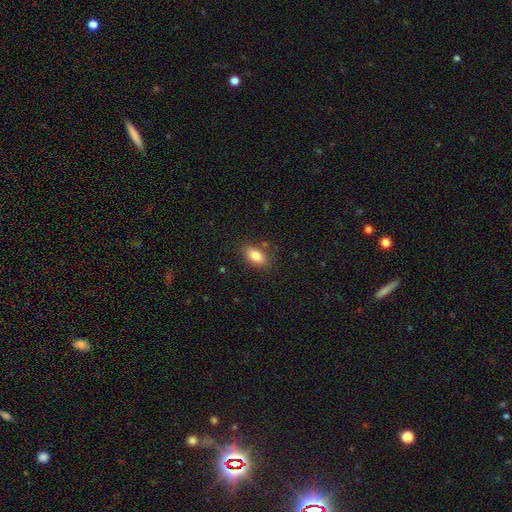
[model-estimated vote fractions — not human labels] A smooth galaxy with no disk features (84%) that is in between round and cigar-shaped (90%).

Vote fractions:
- Smooth or featured? smooth: 84% / featured or disk: 8% / star or artifact: 8%
- How rounded? in between: 90% / round: 7% / cigar-shaped: 4%
- Merging? none: 83% / minor disturbance: 12% / major disturbance: 3% / merger: 2%